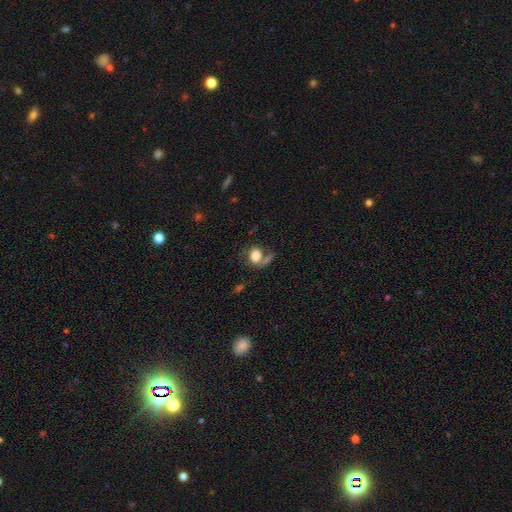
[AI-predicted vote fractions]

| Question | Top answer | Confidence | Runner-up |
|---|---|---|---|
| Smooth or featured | smooth | 72% | featured or disk (19%) |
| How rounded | round | 51% | in between (47%) |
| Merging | none | 44% | merger (21%) |